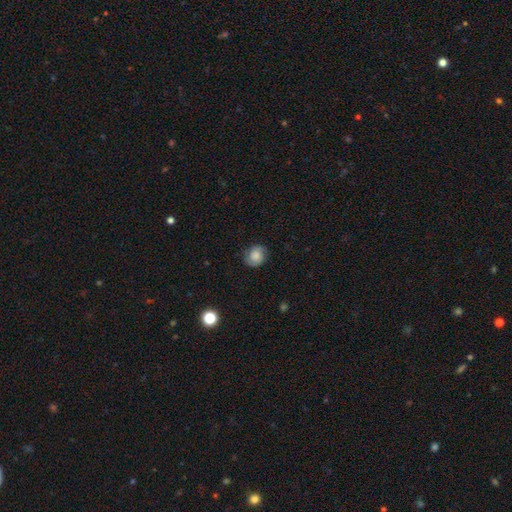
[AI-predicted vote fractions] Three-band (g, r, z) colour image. It shows a smooth galaxy with no disk features (64%) that is round (68%). Merging: none (78%).